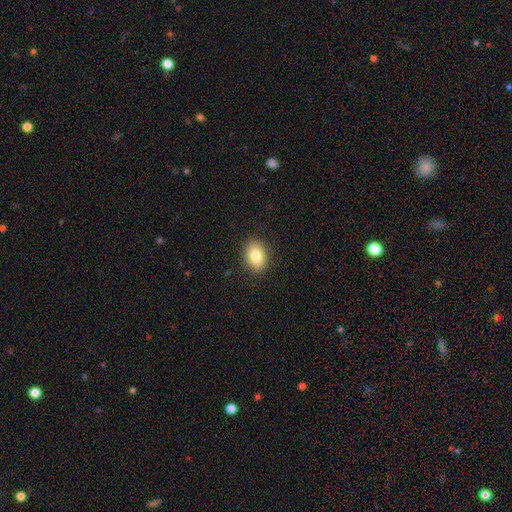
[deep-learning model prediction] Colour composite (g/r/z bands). It shows a smooth galaxy with no disk features (82%) that is in between round and cigar-shaped (73%). Merging: none (89%).